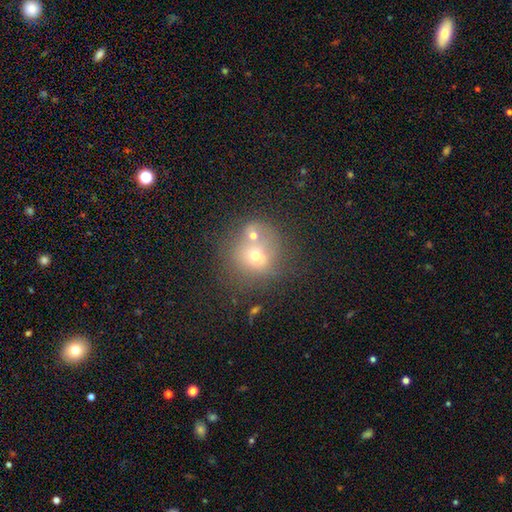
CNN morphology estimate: Q: Smooth or featured?
A: smooth (62%); runner-up: featured or disk (21%)
Q: How rounded?
A: round (85%); runner-up: in between (14%)
Q: Merging?
A: merger (43%); runner-up: none (41%)